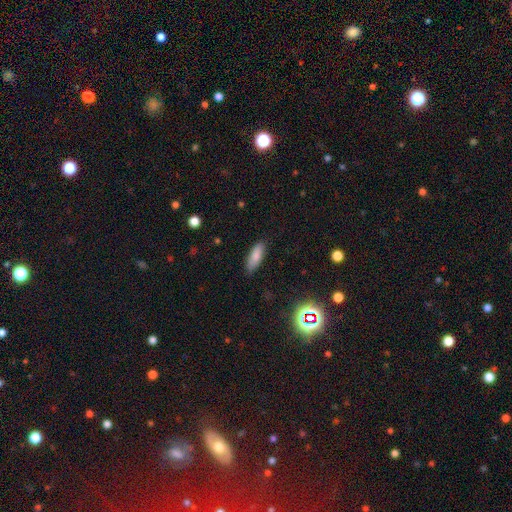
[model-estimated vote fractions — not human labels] Morphology: type=smooth (82%); roundness=in between (63%); merging=none (83%).